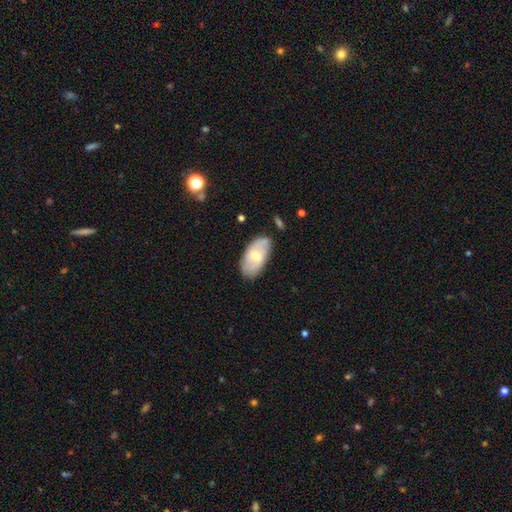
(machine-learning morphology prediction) This appears to be a smooth galaxy with no disk features (51%) that is in between round and cigar-shaped (93%). Merging: none (76%).